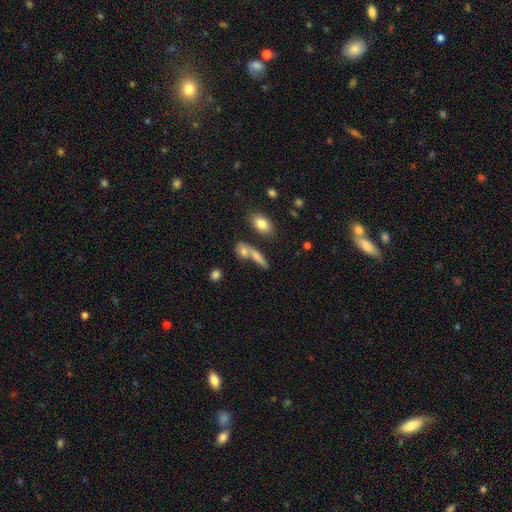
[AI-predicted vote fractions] smooth_or_featured: smooth (p=0.64) [alt: featured or disk p=0.21]
how_rounded: in between (p=0.48) [alt: cigar-shaped p=0.39]
merging: none (p=0.52) [alt: merger p=0.29]